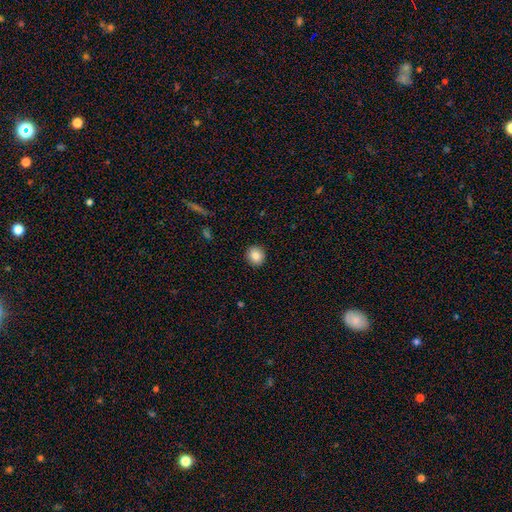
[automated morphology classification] A smooth galaxy with no disk features (86%) that is round (86%).

Vote fractions:
- Smooth or featured? smooth: 86% / star or artifact: 9% / featured or disk: 5%
- How rounded? round: 86% / in between: 13% / cigar-shaped: 1%
- Merging? none: 92% / minor disturbance: 6% / major disturbance: 2% / merger: 1%